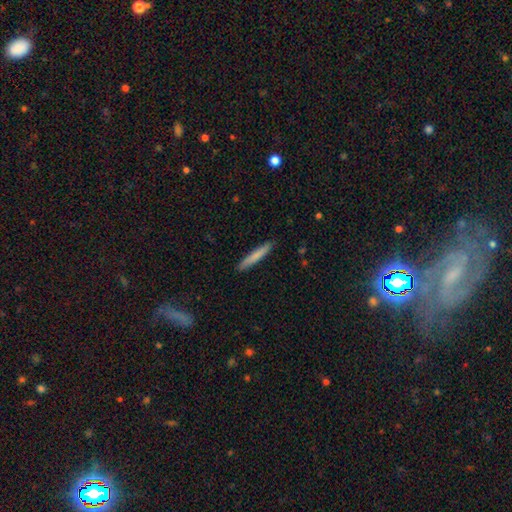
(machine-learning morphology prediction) A smooth galaxy with no disk features (77%) that is cigar-shaped (95%).

Vote fractions:
- Smooth or featured? smooth: 77% / featured or disk: 17% / star or artifact: 5%
- How rounded? cigar-shaped: 95% / in between: 4% / round: 1%
- Merging? none: 91% / minor disturbance: 7% / major disturbance: 1% / merger: 1%